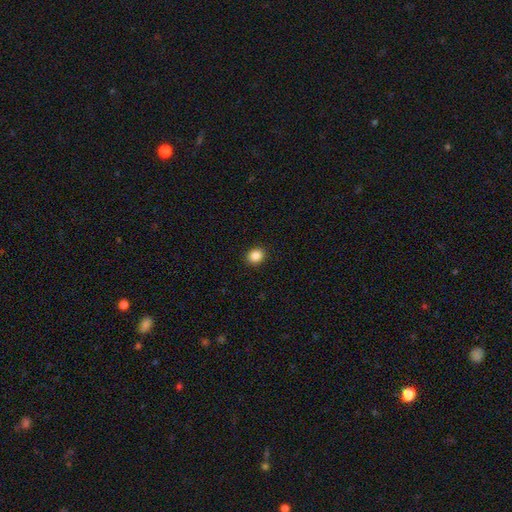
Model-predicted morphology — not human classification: Overall: smooth (87%). How rounded: round (68%; in between 31%). Merging: none (91%).